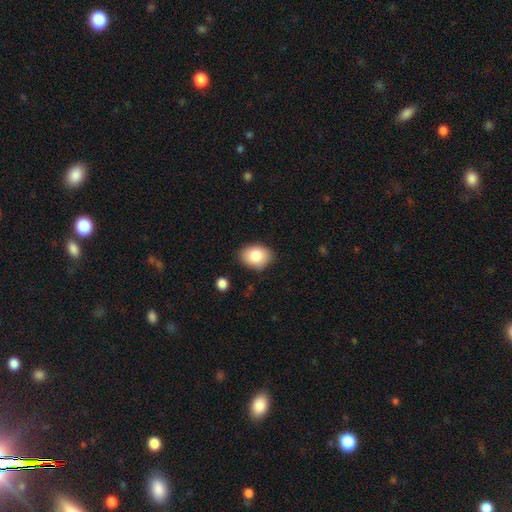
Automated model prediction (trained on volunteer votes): Overall: smooth (84%). How rounded: in between (64%; round 35%). Merging: none (82%).